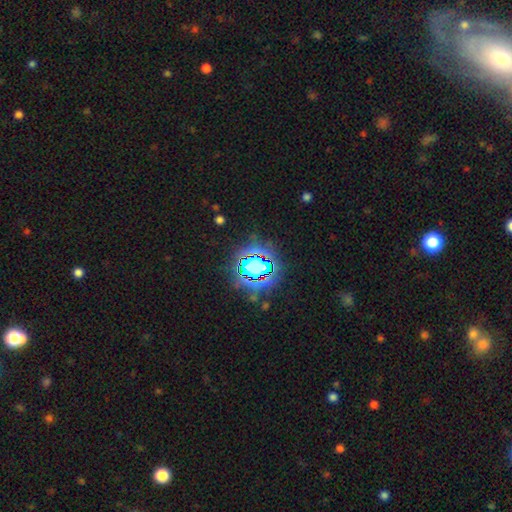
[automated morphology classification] type=star or artifact (79%).